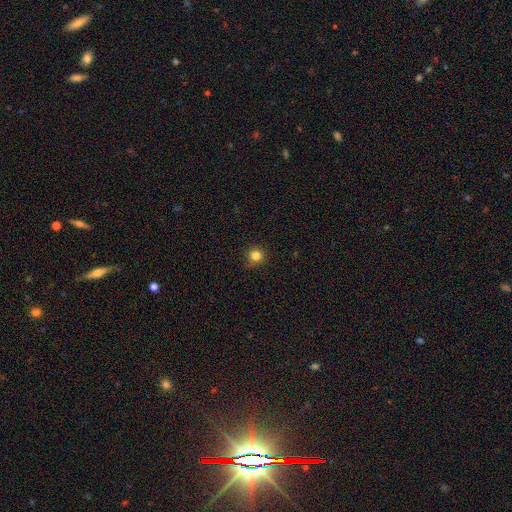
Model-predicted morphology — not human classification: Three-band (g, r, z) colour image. It shows a smooth galaxy with no disk features (83%) that is round (93%). Merging: none (86%).